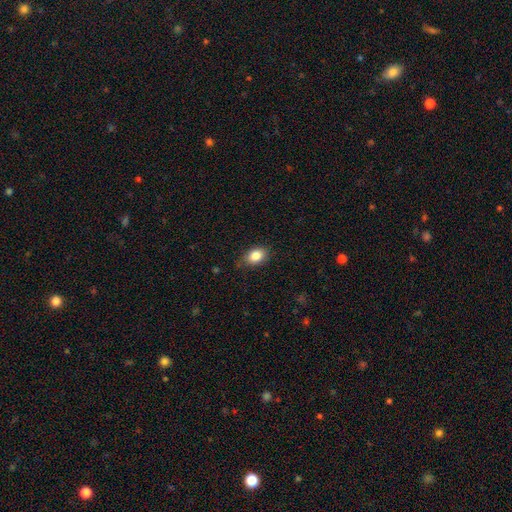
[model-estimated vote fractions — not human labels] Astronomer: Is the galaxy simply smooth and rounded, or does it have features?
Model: smooth — 85%.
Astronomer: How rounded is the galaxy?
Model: in between — 77%.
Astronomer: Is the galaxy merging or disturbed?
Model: none — 82%.